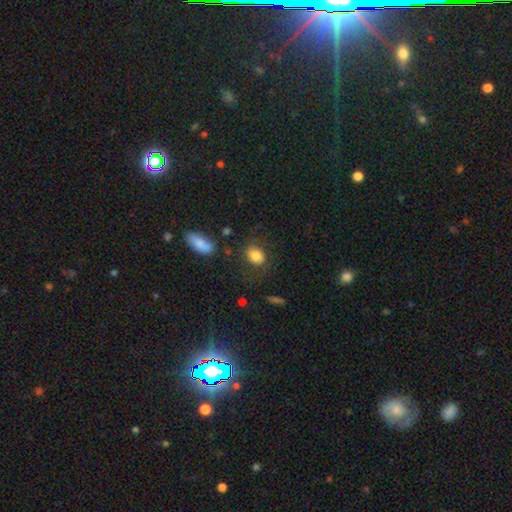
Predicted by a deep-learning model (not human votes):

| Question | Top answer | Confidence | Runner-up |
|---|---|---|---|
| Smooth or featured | smooth | 80% | featured or disk (11%) |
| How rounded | in between | 58% | round (40%) |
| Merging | none | 72% | minor disturbance (17%) |